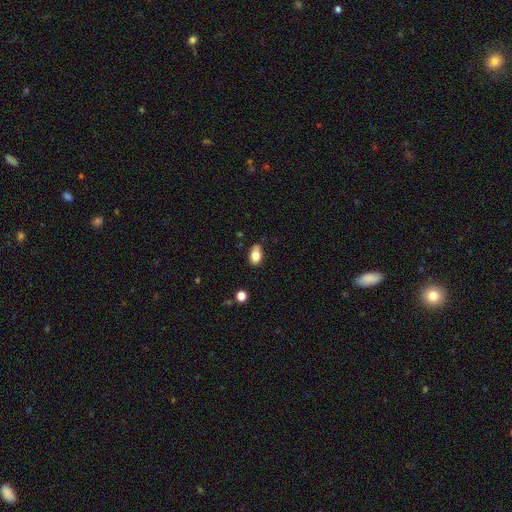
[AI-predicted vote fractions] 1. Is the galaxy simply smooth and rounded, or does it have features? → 82% smooth, 9% featured or disk, 9% star or artifact.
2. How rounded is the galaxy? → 88% in between, 10% round, 2% cigar-shaped.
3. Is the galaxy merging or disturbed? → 72% none, 22% minor disturbance, 4% major disturbance, 2% merger.